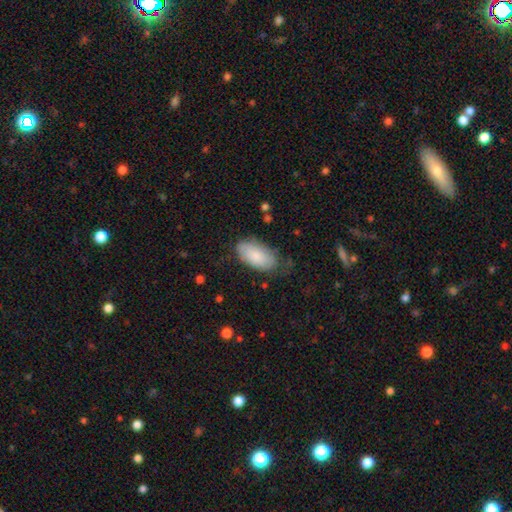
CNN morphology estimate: This appears to be a smooth galaxy with no disk features (81%) that is in between round and cigar-shaped (95%). Merging: none (69%).